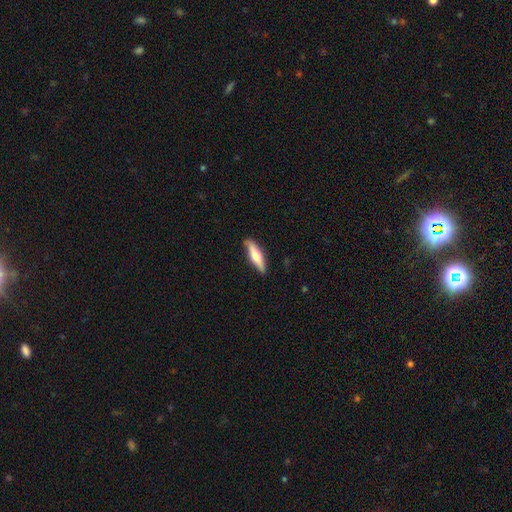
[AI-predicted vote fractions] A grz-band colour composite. It shows a smooth galaxy with no disk features (52%) that is cigar-shaped (73%). Merging: none (86%).